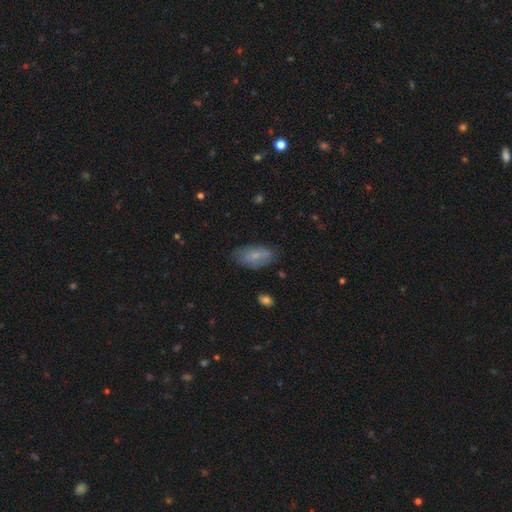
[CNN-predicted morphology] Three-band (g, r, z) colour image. It shows a smooth galaxy with no disk features (72%) that is in between round and cigar-shaped (91%). Merging: none (73%).